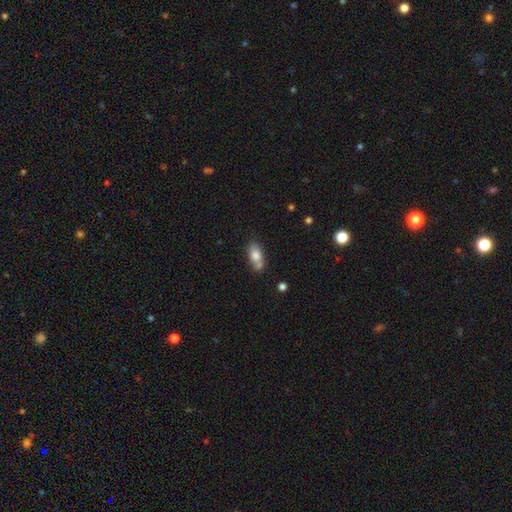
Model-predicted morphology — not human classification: smooth 76%, featured or disk 17%, star or artifact 8%. Down the decision tree: how rounded — in between (83%); merging — none (57%).